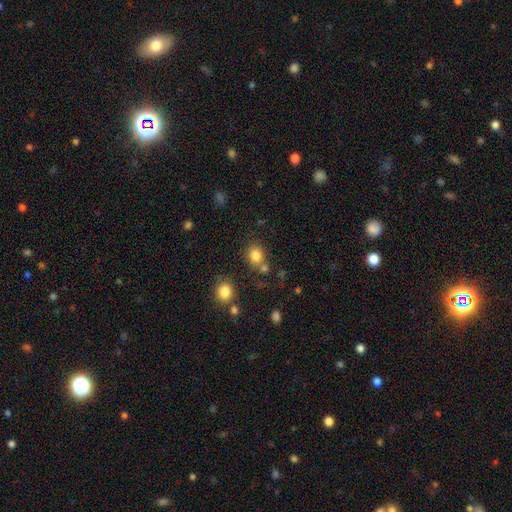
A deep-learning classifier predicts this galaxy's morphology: Smooth or featured: smooth — 82% (star or artifact — 12%)
How rounded: round — 70% (in between — 29%)
Merging: none — 67% (merger — 17%)